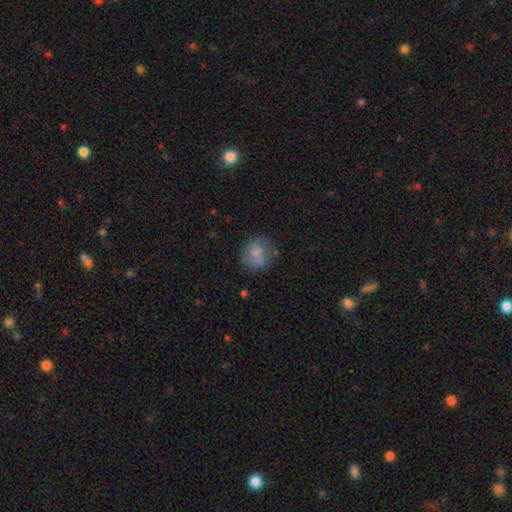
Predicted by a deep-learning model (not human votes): smooth_or_featured: smooth (p=0.71) [alt: featured or disk p=0.19]
how_rounded: round (p=0.78) [alt: in between p=0.21]
merging: none (p=0.64) [alt: minor disturbance p=0.21]